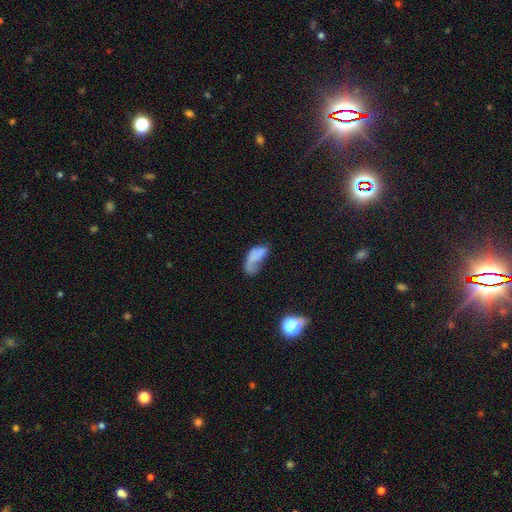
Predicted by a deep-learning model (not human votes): The model was most divided on "merging": major disturbance: 41%, none: 25%, minor disturbance: 24%, merger: 9%. More confident: how rounded — in between (86%); smooth or featured — smooth (61%).